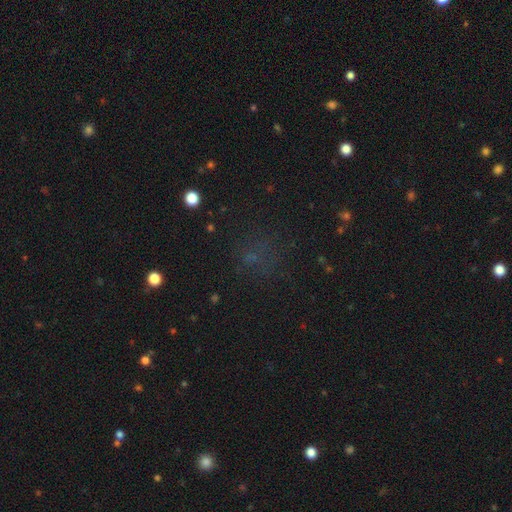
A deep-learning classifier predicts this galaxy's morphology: Q: Smooth or featured?
A: star or artifact (43%); tied with: smooth (43%)